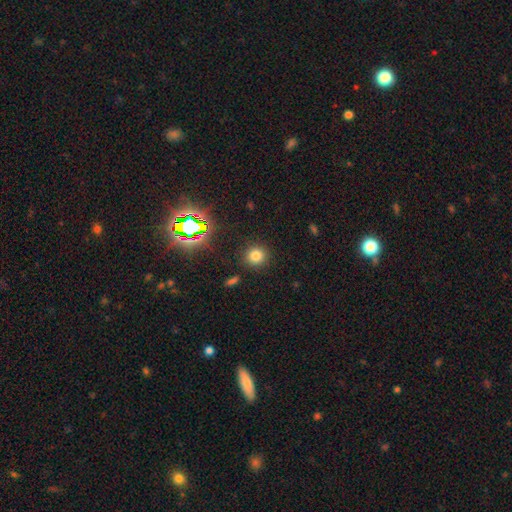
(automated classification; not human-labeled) Smooth or featured?
  - smooth: 76% *
  - star or artifact: 18%
  - featured or disk: 6%
How rounded?
  - round: 90% *
  - in between: 9%
  - cigar-shaped: 1%
Merging?
  - none: 88% *
  - minor disturbance: 7%
  - major disturbance: 3%
  - merger: 2%